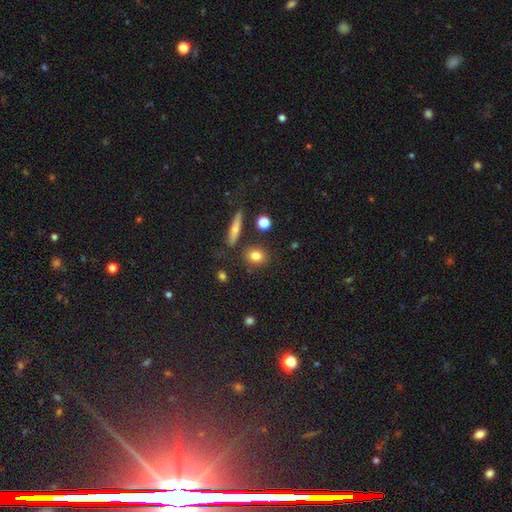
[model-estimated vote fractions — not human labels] Smooth or featured?
  - smooth: 78% *
  - featured or disk: 11%
  - star or artifact: 10%
How rounded?
  - round: 59% *
  - in between: 37%
  - cigar-shaped: 5%
Merging?
  - none: 80% *
  - minor disturbance: 11%
  - merger: 7%
  - major disturbance: 3%